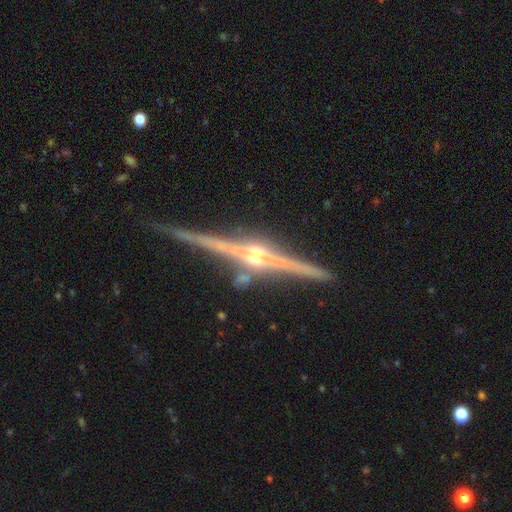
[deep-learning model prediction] Smooth or featured? Predicted: featured or disk (p=0.90). Edge-on disk? Predicted: yes (p=0.98). Edge-on bulge? Predicted: rounded (p=0.91). Merging? Predicted: none (p=0.83).